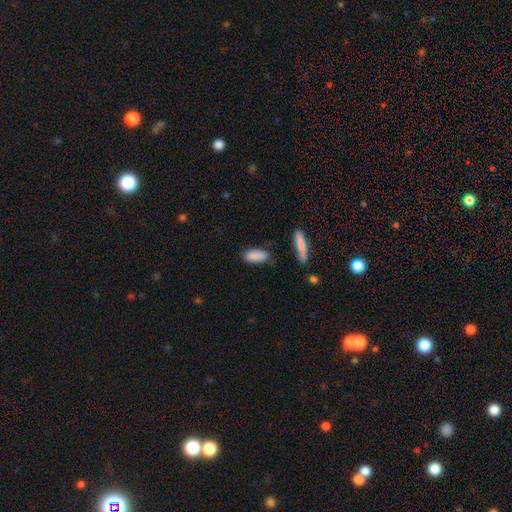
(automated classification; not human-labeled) smooth_or_featured: smooth (p=0.88) [alt: star or artifact p=0.07]
how_rounded: in between (p=0.74) [alt: cigar-shaped p=0.23]
merging: none (p=0.80) [alt: minor disturbance p=0.13]